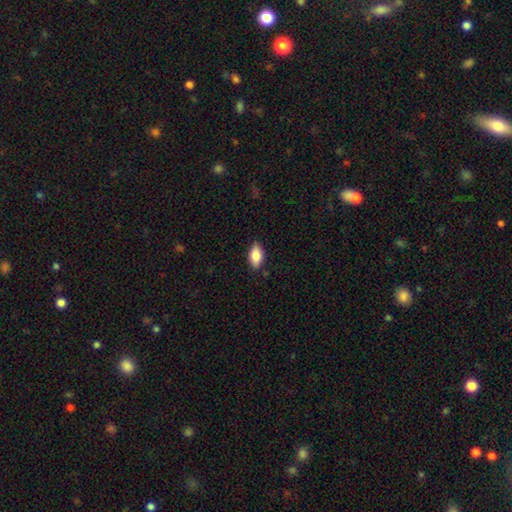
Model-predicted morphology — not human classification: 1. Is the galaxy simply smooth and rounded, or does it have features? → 85% smooth, 8% featured or disk, 7% star or artifact.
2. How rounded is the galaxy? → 91% in between, 4% round, 4% cigar-shaped.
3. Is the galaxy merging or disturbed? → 85% none, 12% minor disturbance, 2% major disturbance, 1% merger.